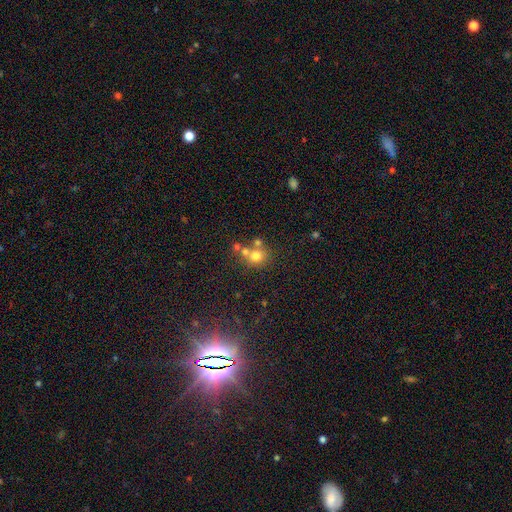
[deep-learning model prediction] Overall: smooth (69%). How rounded: round (83%). Merging: none (52%; merger 34%).